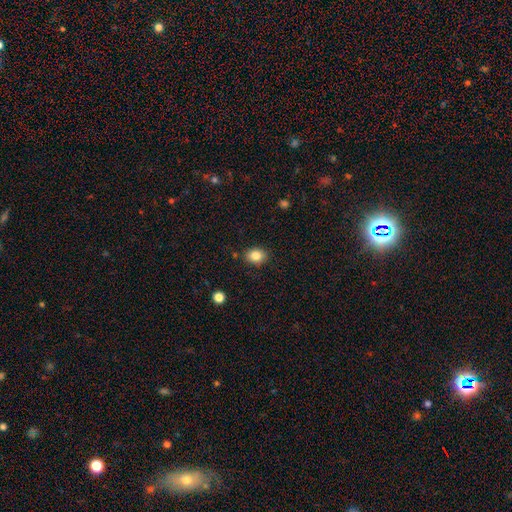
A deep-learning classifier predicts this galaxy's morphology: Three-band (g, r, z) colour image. It shows a smooth galaxy with no disk features (84%) that is in between round and cigar-shaped (53%). Merging: none (87%).